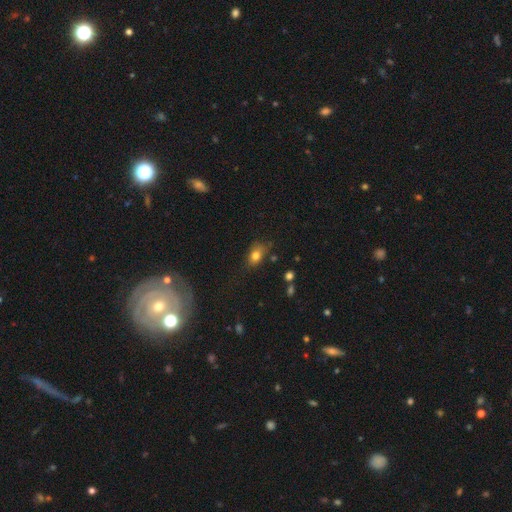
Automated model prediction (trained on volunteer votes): The model was most divided on "merging": none: 64%, minor disturbance: 24%, major disturbance: 7%, merger: 4%. More confident: smooth or featured — smooth (79%); how rounded — in between (74%).